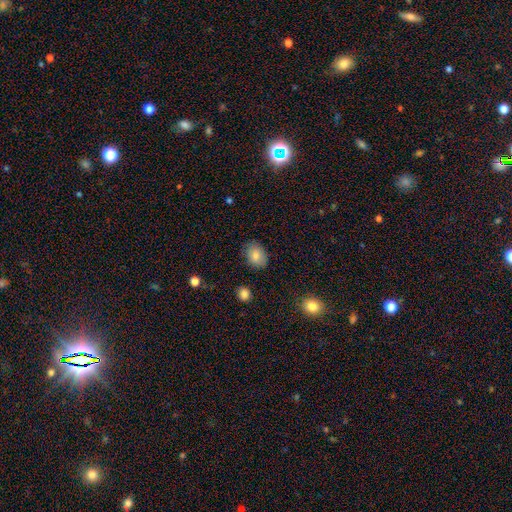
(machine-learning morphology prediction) Smooth or featured: smooth — 83% (featured or disk — 9%)
How rounded: in between — 72% (round — 27%)
Merging: none — 82% (minor disturbance — 14%)